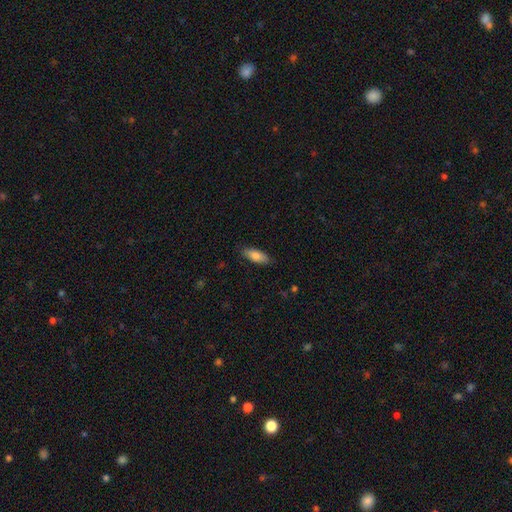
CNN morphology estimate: The model was most divided on "how rounded": in between: 74%, cigar-shaped: 24%, round: 2%. More confident: merging — none (85%); smooth or featured — smooth (82%).